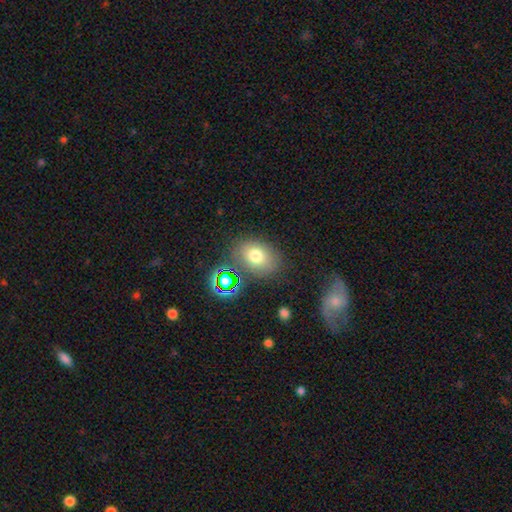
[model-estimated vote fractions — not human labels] Smooth or featured? Predicted: smooth (p=0.72). How rounded? Predicted: in between (p=0.65). Merging? Predicted: none (p=0.76).